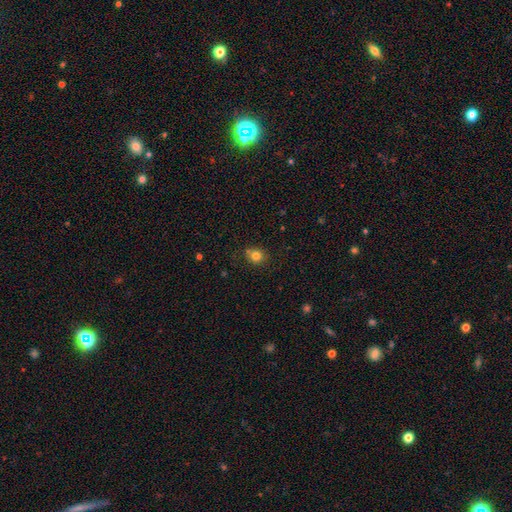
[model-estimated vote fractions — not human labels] smooth 80%, star or artifact 13%, featured or disk 7%. Down the decision tree: how rounded — round (79%); merging — none (77%).